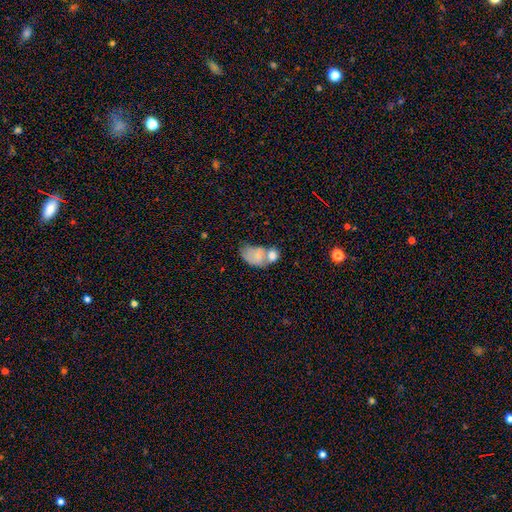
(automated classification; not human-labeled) Morphology: type=smooth (69%); roundness=in between (84%); merging=merger (58%).